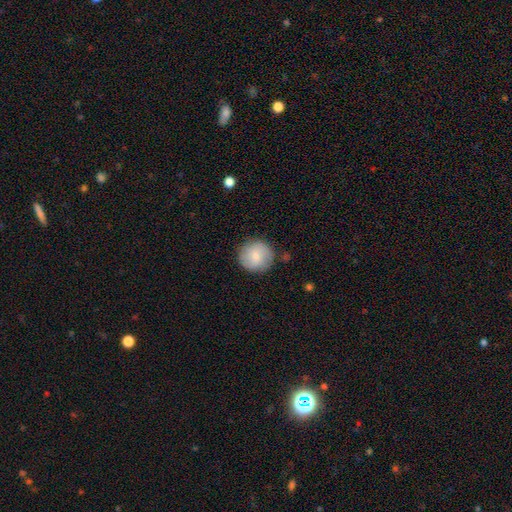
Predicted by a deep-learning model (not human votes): Smooth or featured?
  - smooth: 78% *
  - featured or disk: 15%
  - star or artifact: 7%
How rounded?
  - round: 94% *
  - in between: 5%
  - cigar-shaped: 1%
Merging?
  - none: 84% *
  - minor disturbance: 11%
  - major disturbance: 3%
  - merger: 2%